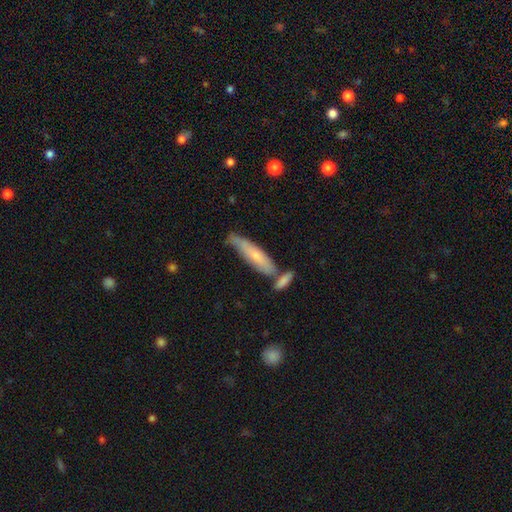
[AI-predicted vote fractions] smooth_or_featured: smooth (p=0.58) [alt: featured or disk p=0.36]
how_rounded: cigar-shaped (p=0.78) [alt: in between p=0.21]
merging: none (p=0.50) [alt: minor disturbance p=0.23]